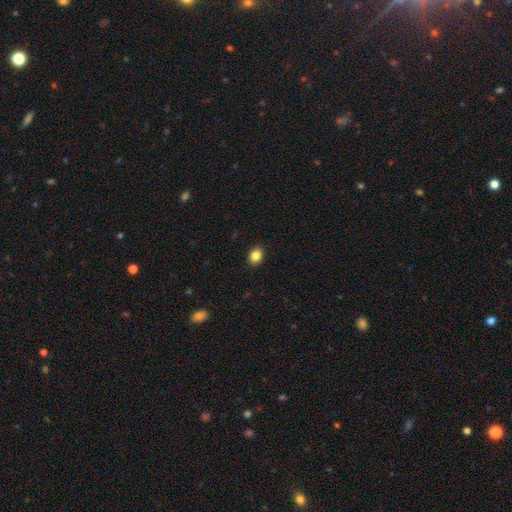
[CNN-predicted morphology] The model was most divided on "how rounded": in between: 52%, round: 47%, cigar-shaped: 1%. More confident: merging — none (90%); smooth or featured — smooth (86%).